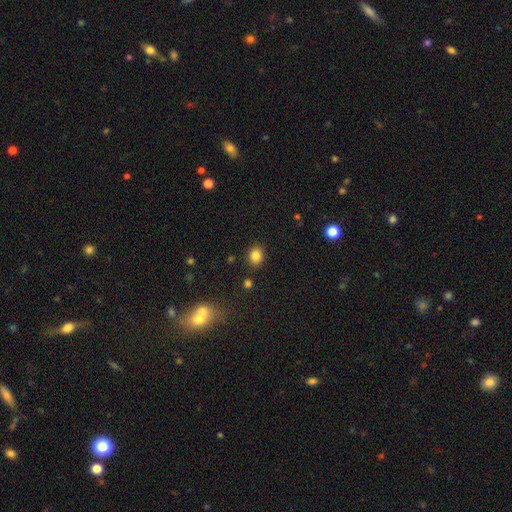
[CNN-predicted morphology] This appears to be a smooth galaxy with no disk features (84%) that is round (62%). Merging: none (86%).